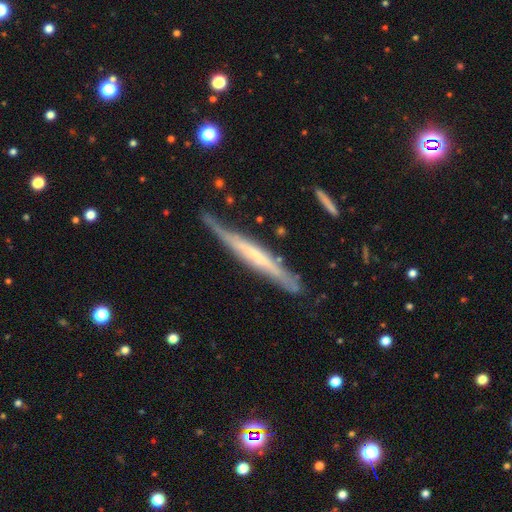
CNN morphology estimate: type=featured or disk (69%); edge-on=yes (89%); edge-on bulge=none (60%); merging=none (69%).